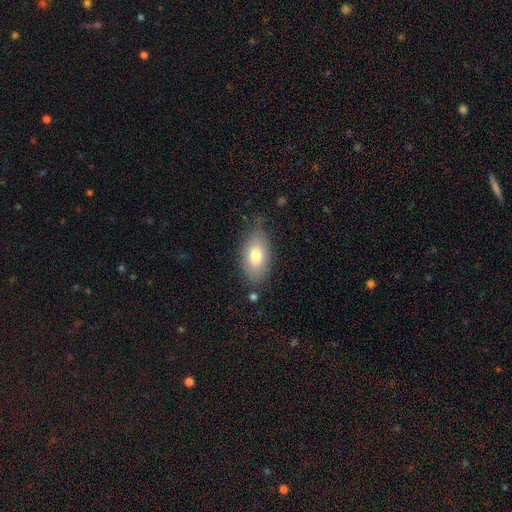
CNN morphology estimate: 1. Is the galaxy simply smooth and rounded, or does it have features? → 78% smooth, 15% featured or disk, 7% star or artifact.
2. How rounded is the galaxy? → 92% in between, 5% round, 3% cigar-shaped.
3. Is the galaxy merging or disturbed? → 75% none, 18% minor disturbance, 4% major disturbance, 2% merger.